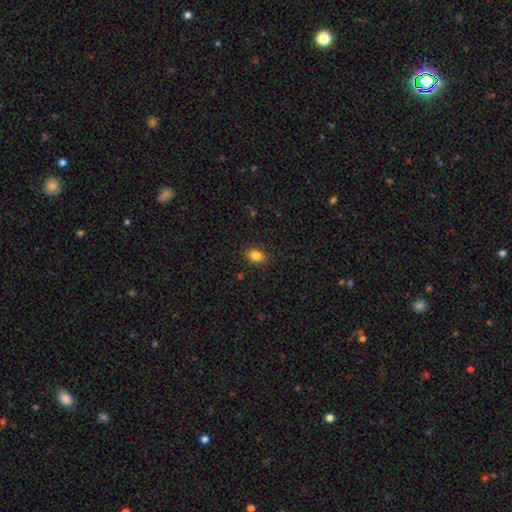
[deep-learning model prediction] Smooth or featured: smooth — 85% (star or artifact — 10%)
How rounded: in between — 78% (round — 21%)
Merging: none — 88% (minor disturbance — 8%)